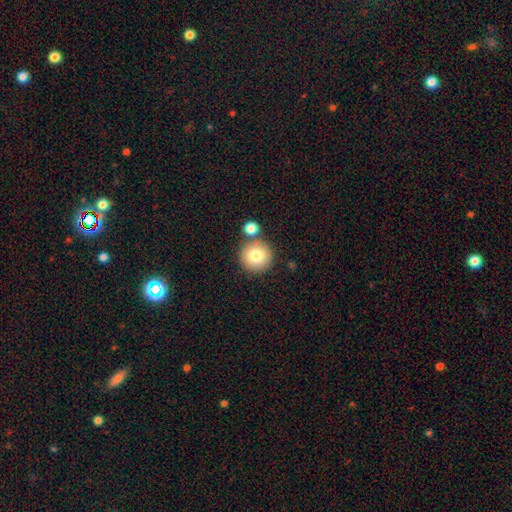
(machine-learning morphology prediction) smooth_or_featured: smooth (p=0.80) [alt: featured or disk p=0.11]
how_rounded: round (p=0.95) [alt: in between p=0.04]
merging: none (p=0.75) [alt: merger p=0.14]